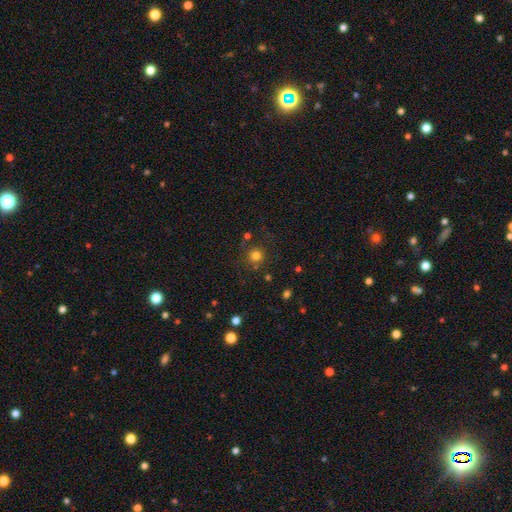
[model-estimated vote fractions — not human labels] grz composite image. It shows a smooth galaxy with no disk features (77%) that is round (93%). Merging: none (78%).